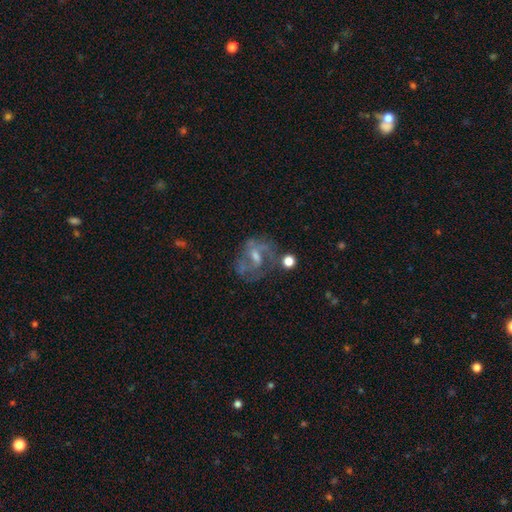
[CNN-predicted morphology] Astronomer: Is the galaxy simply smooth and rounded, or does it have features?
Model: featured or disk — 70%.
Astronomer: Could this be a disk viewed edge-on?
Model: no — 97%.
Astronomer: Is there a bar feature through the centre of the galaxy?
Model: weak — 48% (runner-up: no, 36%).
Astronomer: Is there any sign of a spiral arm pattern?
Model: yes — 72%.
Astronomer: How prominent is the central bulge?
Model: moderate — 44% (runner-up: small, 41%).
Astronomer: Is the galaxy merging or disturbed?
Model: none — 53%.